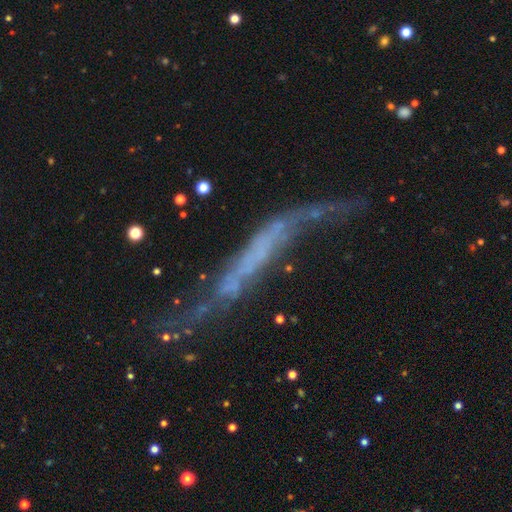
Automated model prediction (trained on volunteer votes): The model was most divided on "merging": none: 36%, major disturbance: 35%, minor disturbance: 21%, merger: 8%. More confident: smooth or featured — featured or disk (64%); edge-on disk — yes (52%).